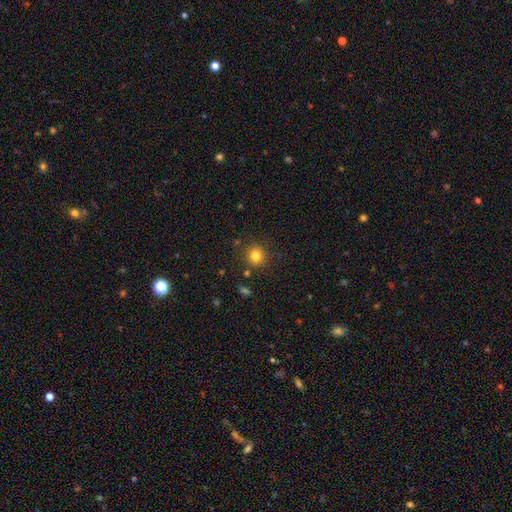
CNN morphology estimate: Smooth or featured?
  - smooth: 81% *
  - star or artifact: 13%
  - featured or disk: 6%
How rounded?
  - round: 90% *
  - in between: 9%
  - cigar-shaped: 1%
Merging?
  - none: 86% *
  - minor disturbance: 8%
  - merger: 3%
  - major disturbance: 3%